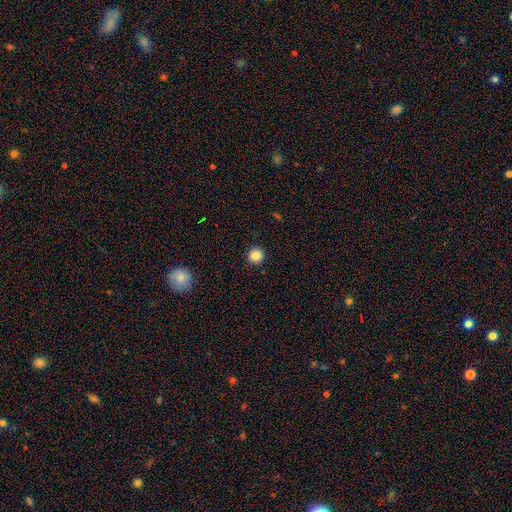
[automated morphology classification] smooth 85%, star or artifact 11%, featured or disk 4%. Down the decision tree: how rounded — round (95%); merging — none (93%).